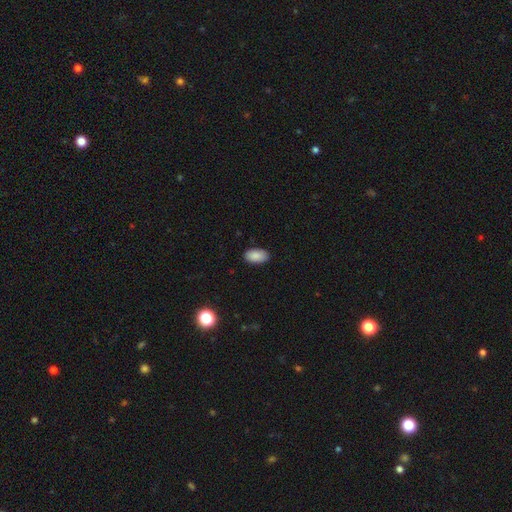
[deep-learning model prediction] smooth_or_featured: smooth (p=0.88) [alt: star or artifact p=0.08]
how_rounded: in between (p=0.94) [alt: round p=0.04]
merging: none (p=0.87) [alt: minor disturbance p=0.10]